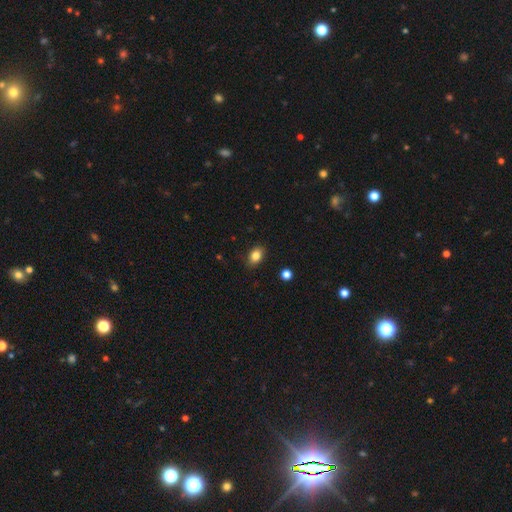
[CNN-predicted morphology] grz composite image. It shows a smooth galaxy with no disk features (83%) that is in between round and cigar-shaped (78%). Merging: none (86%).